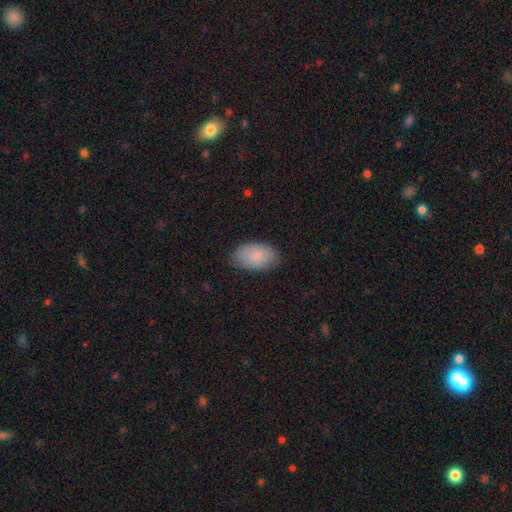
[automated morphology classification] Overall: smooth (83%). How rounded: in between (93%). Merging: none (82%).